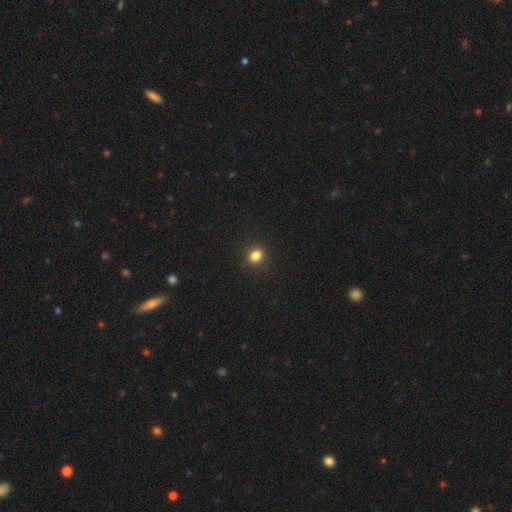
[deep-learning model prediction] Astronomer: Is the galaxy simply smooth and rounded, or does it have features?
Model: smooth — 82%.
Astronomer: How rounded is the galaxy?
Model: round — 65%.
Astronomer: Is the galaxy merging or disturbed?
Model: none — 91%.